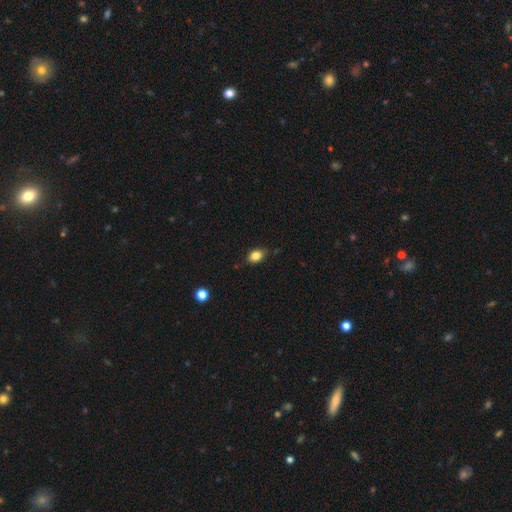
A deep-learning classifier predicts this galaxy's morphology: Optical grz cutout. It shows a smooth galaxy with no disk features (82%) that is in between round and cigar-shaped (73%). Merging: none (76%).